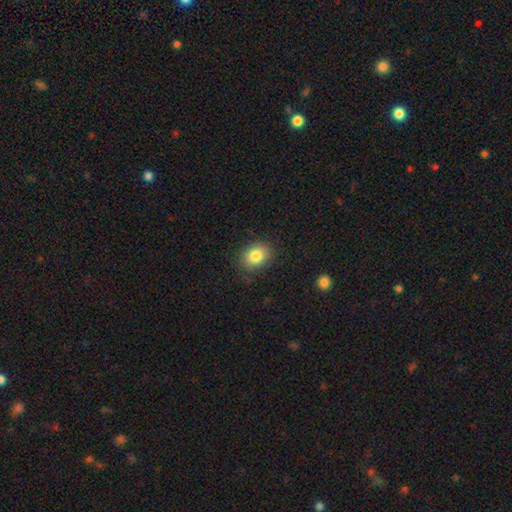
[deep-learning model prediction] smooth 83%, star or artifact 9%, featured or disk 8%. Down the decision tree: how rounded — in between (59%); merging — none (85%).